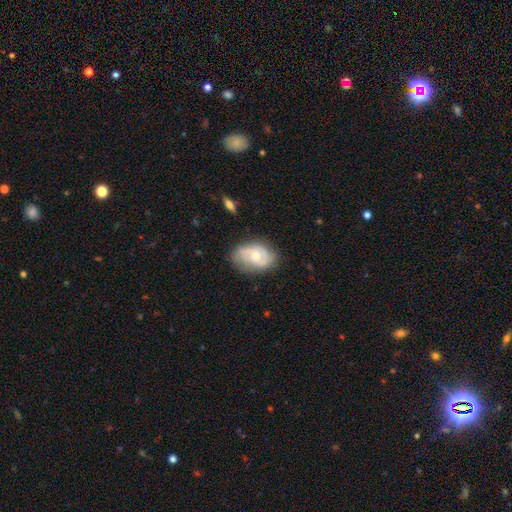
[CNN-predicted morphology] A featured or disk galaxy (63%) with no bar (64%), 2 (58%) medium (44%) spiral arms (83%) and a moderate central bulge (58%).

Vote fractions:
- Smooth or featured? featured or disk: 63% / smooth: 31% / star or artifact: 7%
- Edge-on disk? no: 96% / yes: 4%
- Bar? no: 64% / weak: 31% / strong: 5%
- Spiral arms? yes: 83% / no: 17%
- Spiral winding? medium: 44% / tight: 35% / loose: 22%
- Spiral arm count? 2: 58% / can't tell: 23% / 3: 10% / 1: 5% / 4: 2% / more than 4: 2%
- Bulge size? moderate: 58% / small: 35% / large: 4% / none: 2% / dominant: 1%
- Merging? none: 68% / minor disturbance: 23% / major disturbance: 7% / merger: 2%